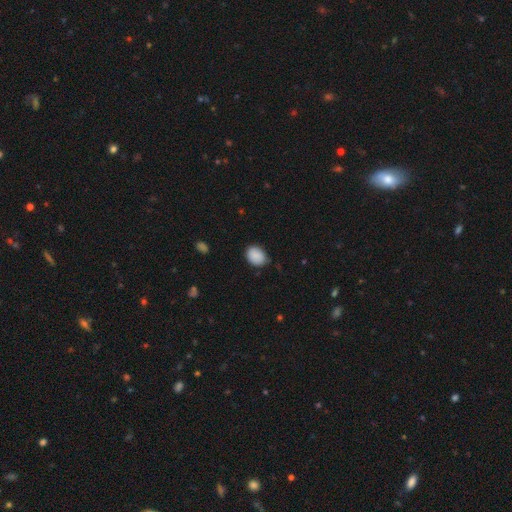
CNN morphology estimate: A smooth galaxy with no disk features (88%) that is in between round and cigar-shaped (62%). Merging: none (74%).